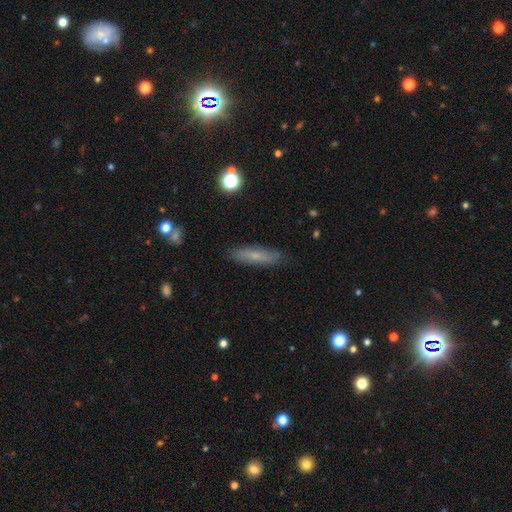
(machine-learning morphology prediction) Smooth or featured?
  - smooth: 62% *
  - featured or disk: 29%
  - star or artifact: 8%
How rounded?
  - cigar-shaped: 74% *
  - in between: 24%
  - round: 2%
Merging?
  - none: 86% *
  - minor disturbance: 10%
  - major disturbance: 2%
  - merger: 1%